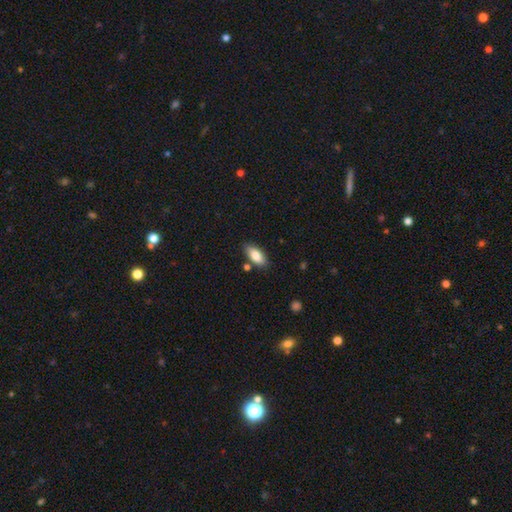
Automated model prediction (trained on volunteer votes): Q: Smooth or featured?
A: smooth (83%); runner-up: featured or disk (11%)
Q: How rounded?
A: in between (87%); runner-up: cigar-shaped (11%)
Q: Merging?
A: none (80%); runner-up: minor disturbance (13%)